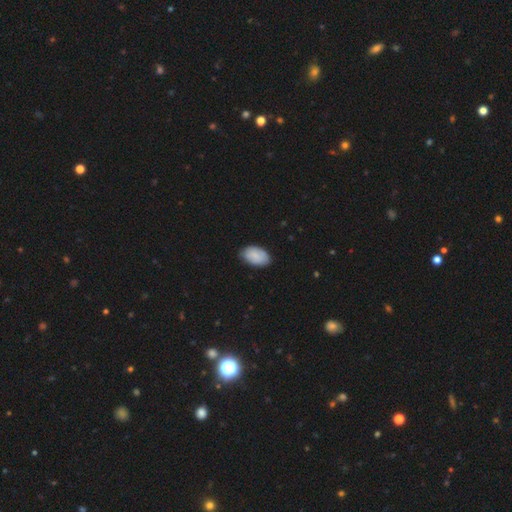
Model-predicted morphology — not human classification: Smooth or featured: smooth — 84% (featured or disk — 10%)
How rounded: in between — 93% (round — 5%)
Merging: none — 79% (minor disturbance — 18%)